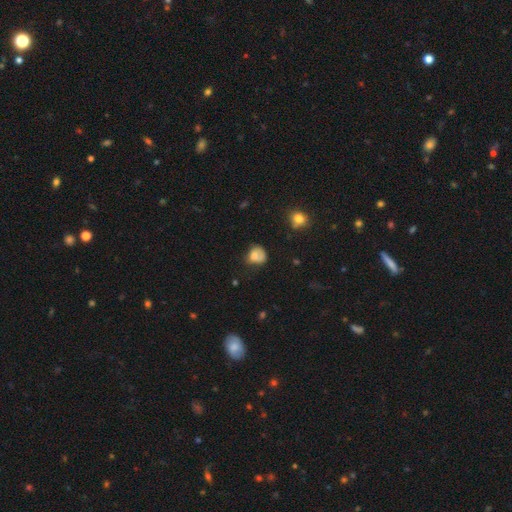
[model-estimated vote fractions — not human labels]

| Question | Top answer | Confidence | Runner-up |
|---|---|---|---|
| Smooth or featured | smooth | 68% | featured or disk (21%) |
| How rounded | round | 59% | in between (40%) |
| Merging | none | 39% | minor disturbance (30%) |